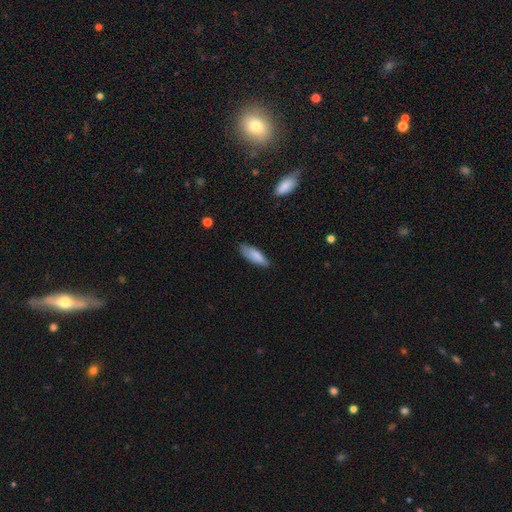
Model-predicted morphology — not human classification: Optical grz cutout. It shows a smooth galaxy with no disk features (81%) that is in between round and cigar-shaped (58%). Merging: none (70%).